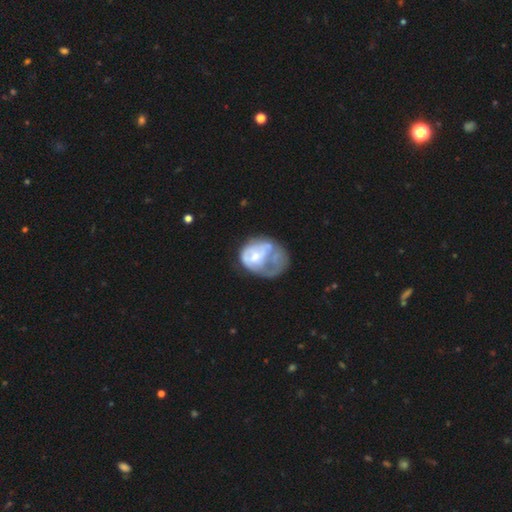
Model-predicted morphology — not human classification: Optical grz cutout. It shows a featured or disk galaxy (55%) with no bar (77%), no spiral arms (72%) and a moderate central bulge (41%). Merging: major disturbance (48%).